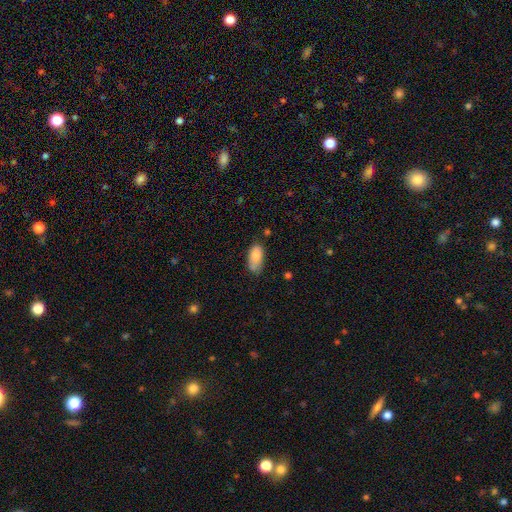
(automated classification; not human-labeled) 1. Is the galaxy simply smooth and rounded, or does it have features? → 82% smooth, 10% featured or disk, 8% star or artifact.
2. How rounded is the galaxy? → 89% in between, 8% cigar-shaped, 3% round.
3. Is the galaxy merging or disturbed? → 51% none, 34% minor disturbance, 9% major disturbance, 7% merger.